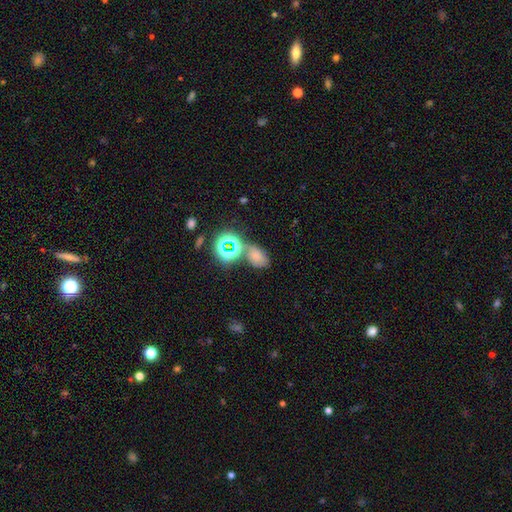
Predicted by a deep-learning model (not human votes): This is possibly a smooth galaxy (57%). How rounded: likely in between (79%). Merging: possibly none (46%).